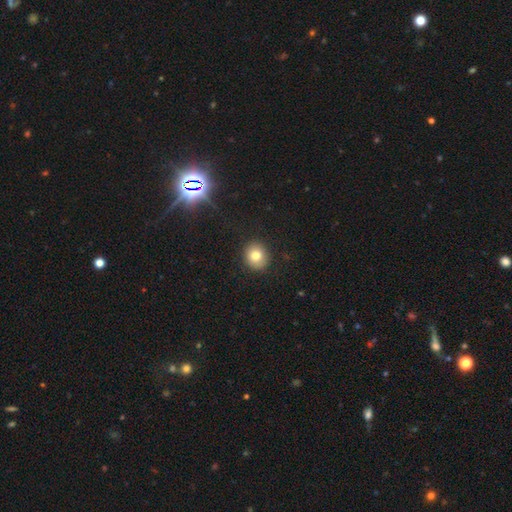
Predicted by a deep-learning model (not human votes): smooth 79%, star or artifact 11%, featured or disk 10%. Down the decision tree: how rounded — round (80%); merging — none (90%).